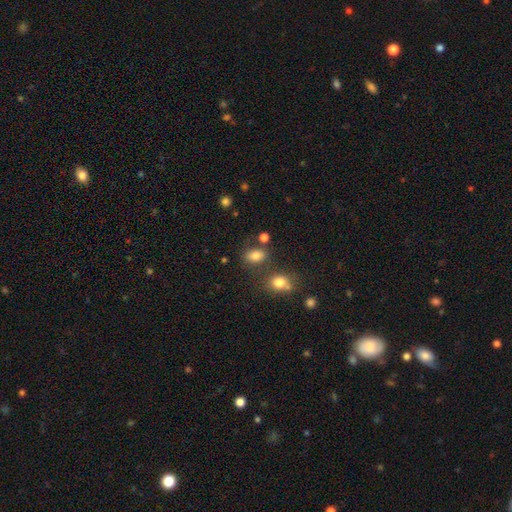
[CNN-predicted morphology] The model was most divided on "merging": none: 67%, minor disturbance: 15%, merger: 13%, major disturbance: 5%. More confident: smooth or featured — smooth (79%); how rounded — in between (77%).